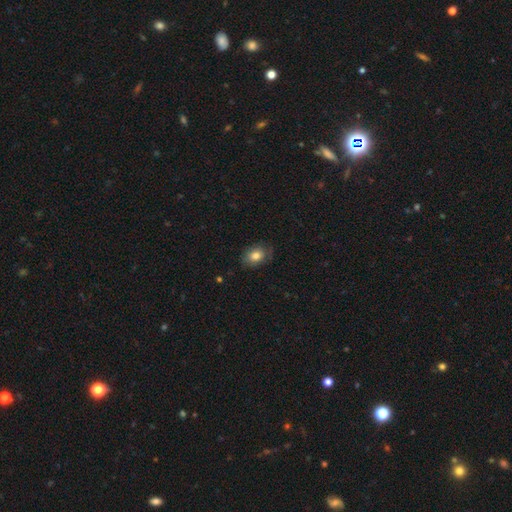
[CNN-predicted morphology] This is likely a smooth galaxy (79%). How rounded: likely in between (71%). Merging: likely none (75%).